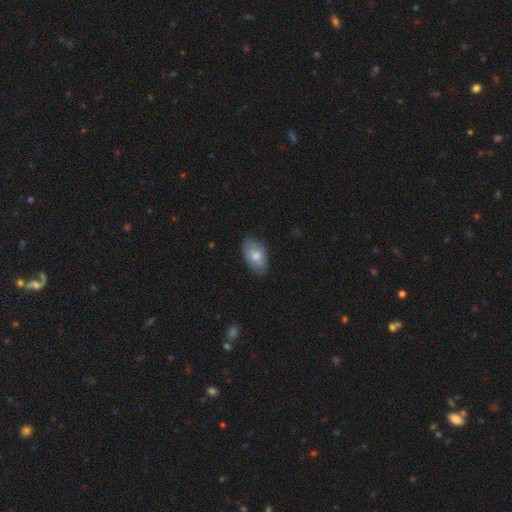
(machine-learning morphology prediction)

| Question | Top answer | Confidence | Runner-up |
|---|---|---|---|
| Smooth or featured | smooth | 72% | featured or disk (22%) |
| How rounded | in between | 92% | round (6%) |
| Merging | none | 75% | minor disturbance (20%) |